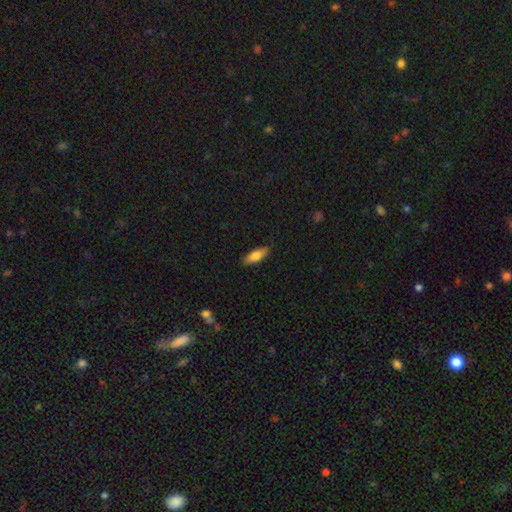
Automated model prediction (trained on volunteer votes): This is likely a smooth galaxy (77%). How rounded: possibly in between (60%). Merging: clearly none (86%).